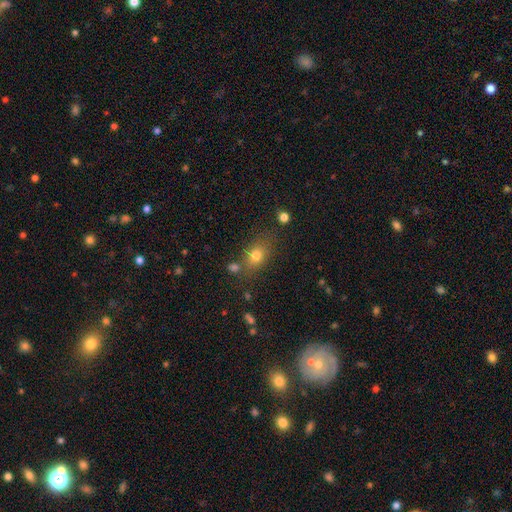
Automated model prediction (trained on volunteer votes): Smooth or featured: smooth — 77% (star or artifact — 13%)
How rounded: in between — 66% (round — 31%)
Merging: none — 68% (minor disturbance — 15%)